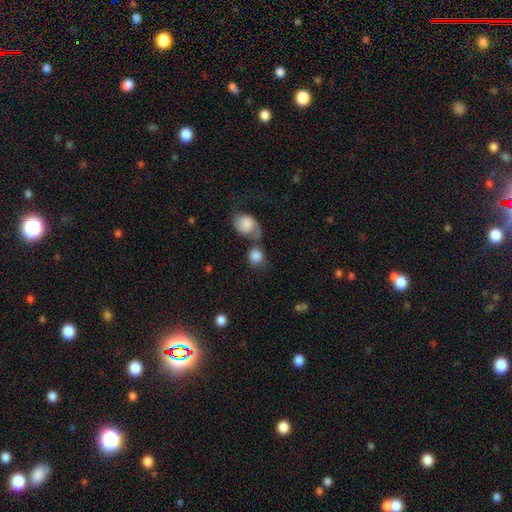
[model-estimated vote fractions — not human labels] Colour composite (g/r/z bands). It shows a smooth galaxy with no disk features (82%) that is round (77%). Merging: merger (45%).